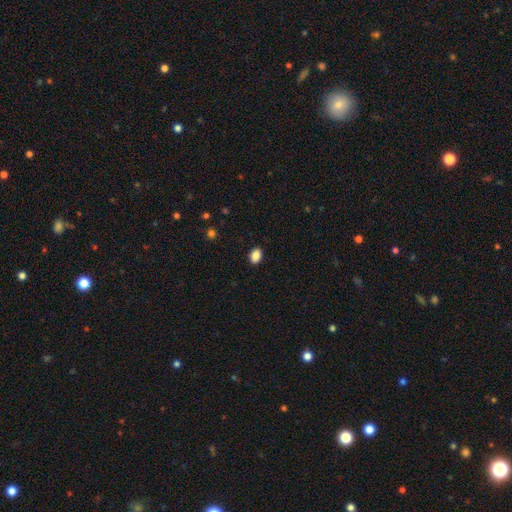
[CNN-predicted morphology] This is clearly a smooth galaxy (88%). How rounded: likely in between (76%). Merging: clearly none (90%).